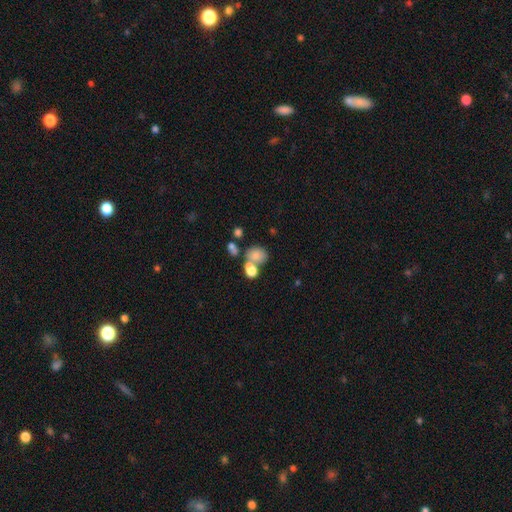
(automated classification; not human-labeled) Q: Smooth or featured?
A: smooth (77%); runner-up: featured or disk (13%)
Q: How rounded?
A: in between (52%); runner-up: round (47%)
Q: Merging?
A: merger (49%); runner-up: none (34%)